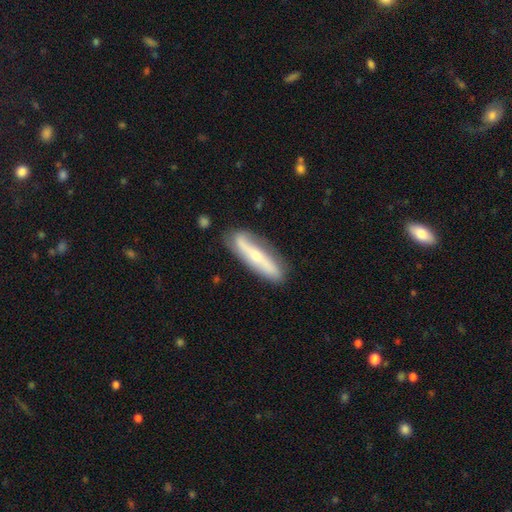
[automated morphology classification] This is likely a featured or disk galaxy (62%). It is possibly viewed edge-on (50%, tied with no). Merging: clearly none (81%).